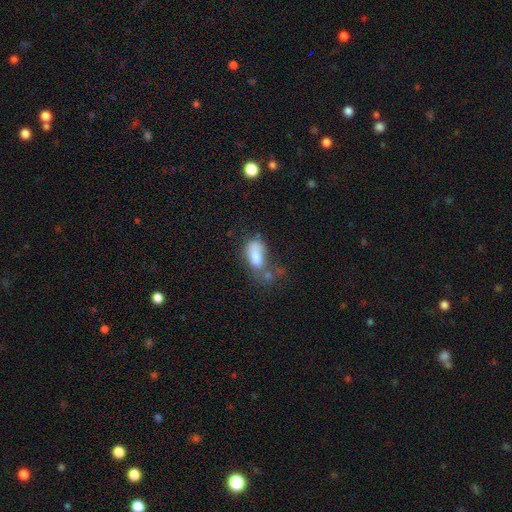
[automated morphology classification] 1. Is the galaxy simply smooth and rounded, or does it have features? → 71% smooth, 19% featured or disk, 10% star or artifact.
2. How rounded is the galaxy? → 88% in between, 7% round, 6% cigar-shaped.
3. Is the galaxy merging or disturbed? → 31% merger, 26% major disturbance, 22% none, 21% minor disturbance.